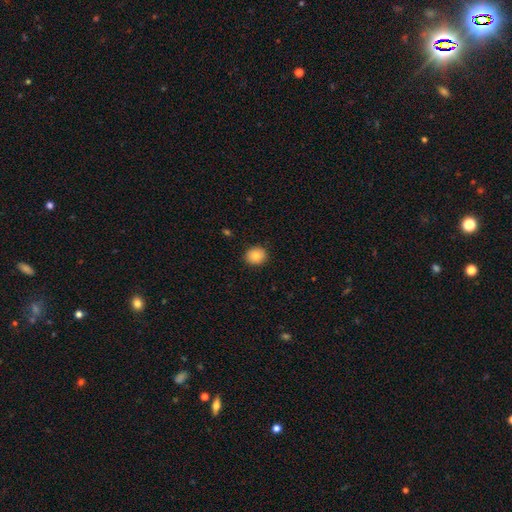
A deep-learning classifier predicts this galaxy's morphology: smooth_or_featured: smooth (p=0.82) [alt: featured or disk p=0.09]
how_rounded: round (p=0.74) [alt: in between p=0.25]
merging: none (p=0.90) [alt: minor disturbance p=0.07]